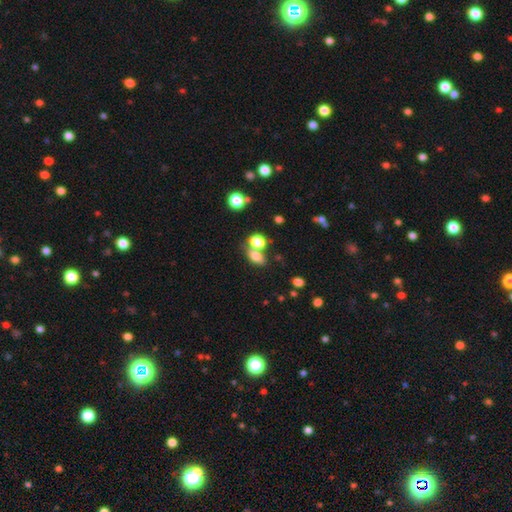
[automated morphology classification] Smooth or featured: smooth — 75% (star or artifact — 14%)
How rounded: in between — 74% (round — 22%)
Merging: none — 49% (merger — 34%)